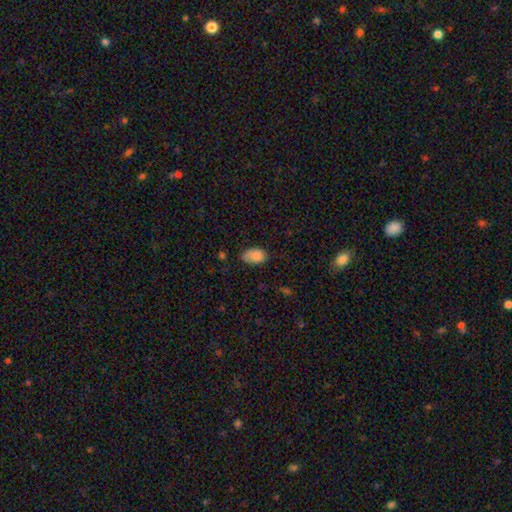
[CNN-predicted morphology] Overall: smooth (84%). How rounded: in between (89%). Merging: none (61%; minor disturbance 31%).